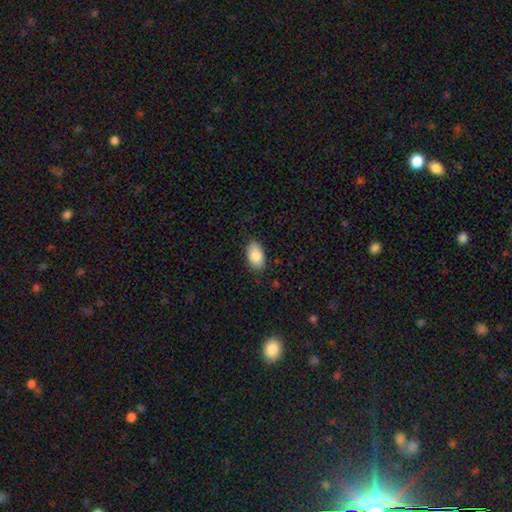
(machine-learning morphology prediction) A smooth galaxy with no disk features (88%) that is in between round and cigar-shaped (94%). Merging: none (84%).